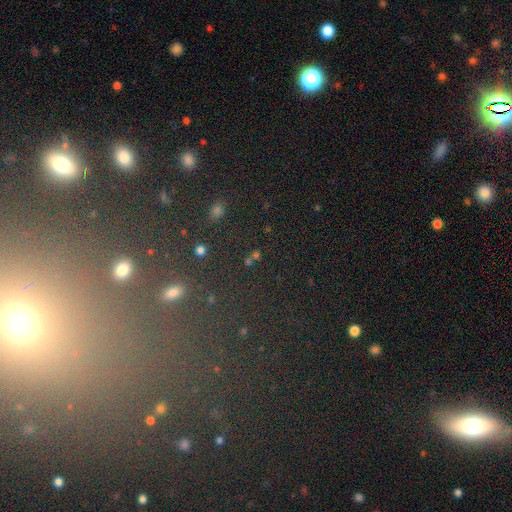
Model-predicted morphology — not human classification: This appears to be a star or artifact, not a galaxy (51%).